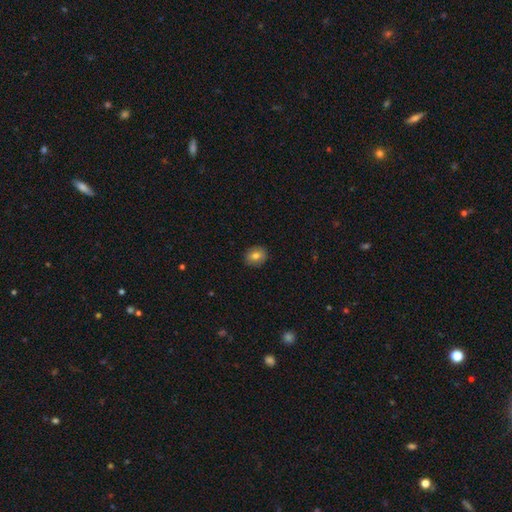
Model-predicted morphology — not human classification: Smooth or featured?
  - smooth: 78% *
  - featured or disk: 13%
  - star or artifact: 9%
How rounded?
  - round: 66% *
  - in between: 33%
  - cigar-shaped: 1%
Merging?
  - none: 88% *
  - minor disturbance: 9%
  - major disturbance: 2%
  - merger: 1%